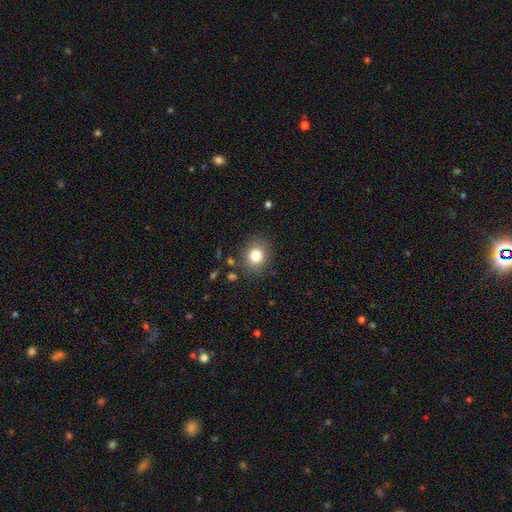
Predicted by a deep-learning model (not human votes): smooth-or-featured: smooth: 81% | star or artifact: 11% | featured or disk: 8%
  how-rounded: round: 72% | in between: 28% | cigar-shaped: 1%
  merging: none: 85% | minor disturbance: 10% | major disturbance: 4% | merger: 2%